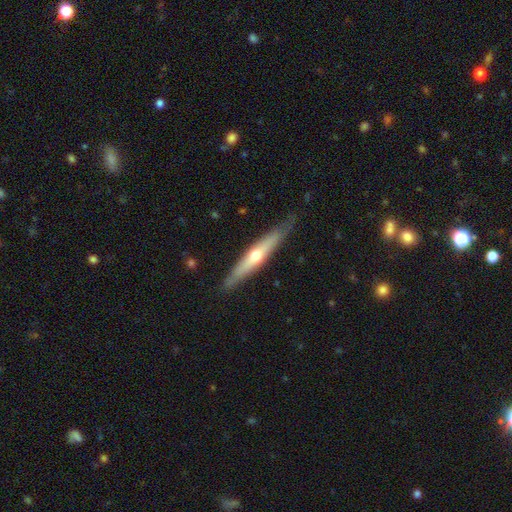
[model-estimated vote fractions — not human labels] The model was most divided on "smooth or featured": featured or disk: 59%, smooth: 36%, star or artifact: 5%. More confident: edge-on disk — yes (91%); edge-on bulge — rounded (85%); merging — none (84%).